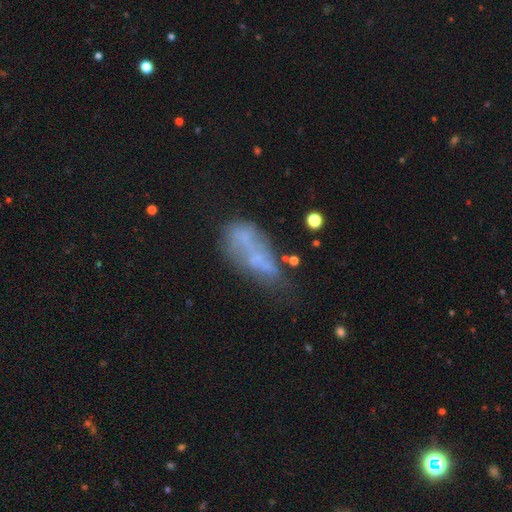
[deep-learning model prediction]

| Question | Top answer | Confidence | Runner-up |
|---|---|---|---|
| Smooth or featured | smooth | 43% | featured or disk (42%) |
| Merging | none | 33% | major disturbance (24%) |